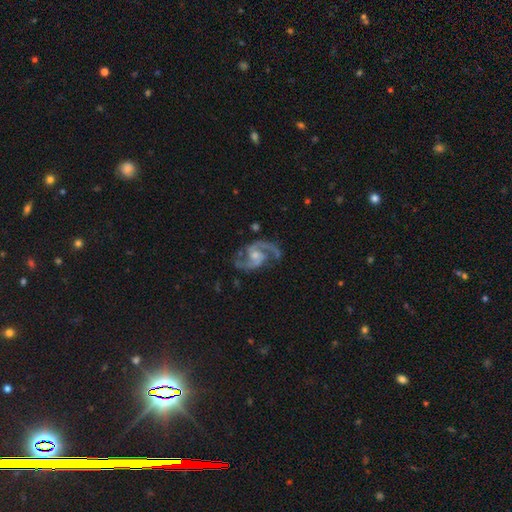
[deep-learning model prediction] Overall: featured or disk (92%). Edge-on disk: no (98%). Bar: no (49%; weak 41%). Spiral arms: yes (98%). Spiral arm count: 2 (93%). Spiral winding: medium (64%). Bulge size: small (49%; moderate 41%). Merging: none (75%).